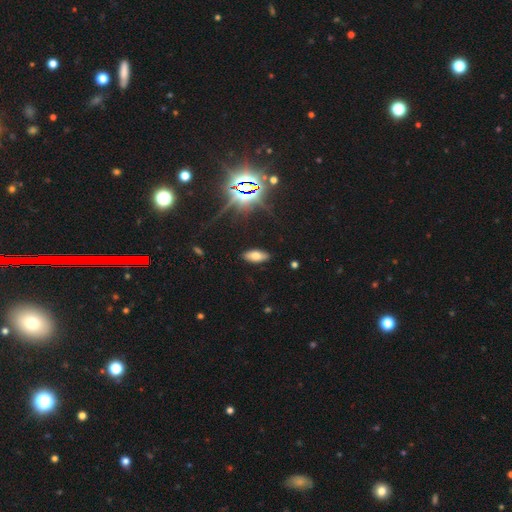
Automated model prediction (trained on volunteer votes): Smooth or featured: smooth — 66% (star or artifact — 19%)
How rounded: in between — 85% (cigar-shaped — 12%)
Merging: none — 88% (minor disturbance — 8%)